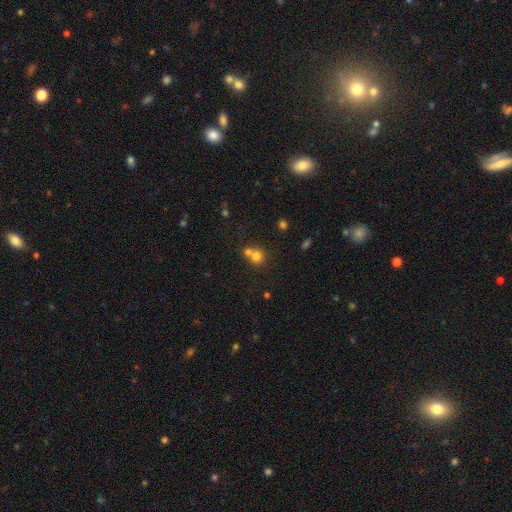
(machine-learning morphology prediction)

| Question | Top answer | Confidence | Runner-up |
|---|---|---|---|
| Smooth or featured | smooth | 75% | star or artifact (14%) |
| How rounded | round | 86% | in between (13%) |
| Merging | merger | 47% | none (44%) |